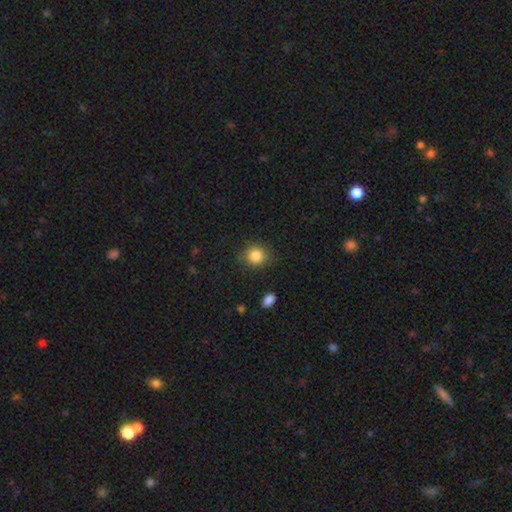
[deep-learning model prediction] smooth-or-featured: smooth: 85% | star or artifact: 10% | featured or disk: 5%
  how-rounded: round: 80% | in between: 19% | cigar-shaped: 1%
  merging: none: 85% | minor disturbance: 10% | major disturbance: 3% | merger: 2%